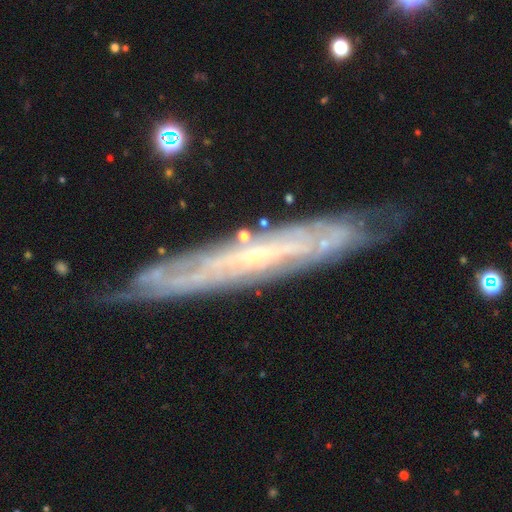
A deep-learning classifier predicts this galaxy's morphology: Q: Smooth or featured?
A: featured or disk (81%); runner-up: smooth (12%)
Q: Edge-on disk?
A: yes (56%); runner-up: no (44%)
Q: Merging?
A: none (76%); runner-up: minor disturbance (18%)